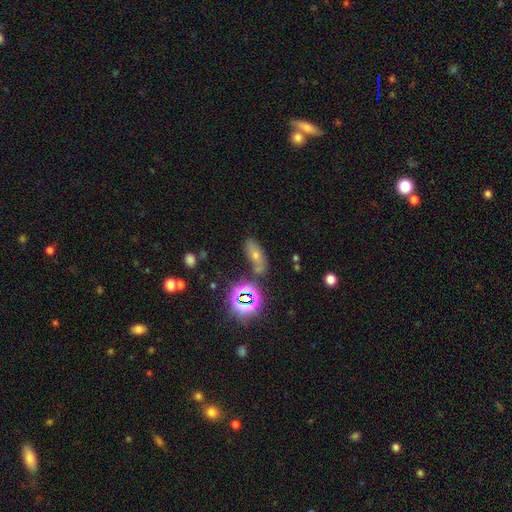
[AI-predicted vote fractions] Smooth or featured?
  - smooth: 49% *
  - star or artifact: 30%
  - featured or disk: 21%
Merging?
  - none: 61% *
  - minor disturbance: 16%
  - merger: 16%
  - major disturbance: 6%